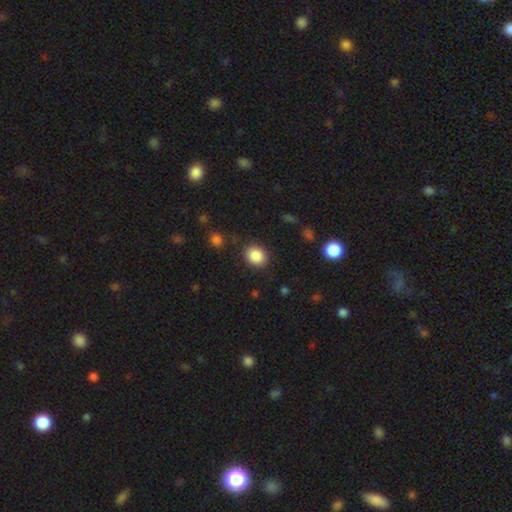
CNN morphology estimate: Smooth or featured: smooth — 86% (star or artifact — 9%)
How rounded: round — 73% (in between — 27%)
Merging: none — 85% (minor disturbance — 10%)